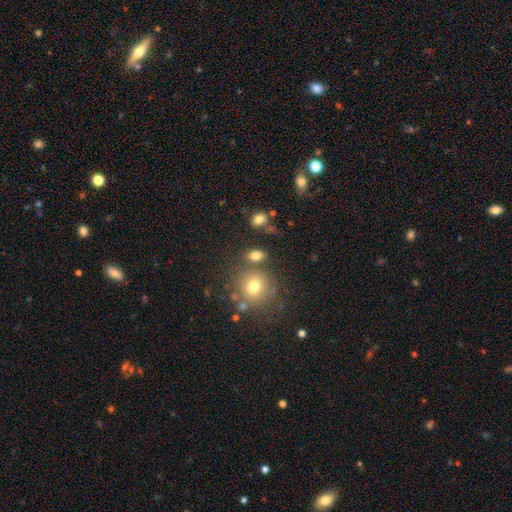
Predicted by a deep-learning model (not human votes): Smooth or featured: smooth — 78% (star or artifact — 13%)
How rounded: in between — 70% (round — 27%)
Merging: none — 73% (merger — 11%)